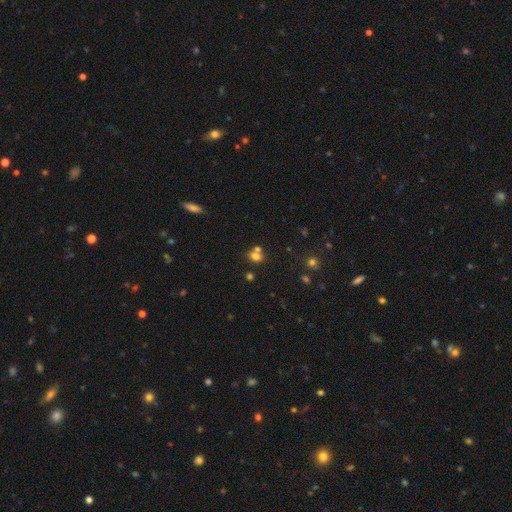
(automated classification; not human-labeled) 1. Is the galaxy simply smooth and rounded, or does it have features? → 70% smooth, 19% star or artifact, 11% featured or disk.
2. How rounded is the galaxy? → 58% round, 41% in between, 1% cigar-shaped.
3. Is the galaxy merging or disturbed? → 51% none, 37% merger, 9% minor disturbance, 4% major disturbance.